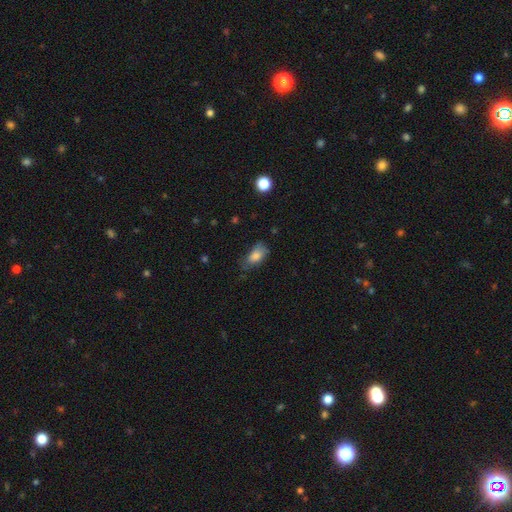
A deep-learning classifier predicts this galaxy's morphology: smooth_or_featured: smooth (p=0.79) [alt: featured or disk p=0.13]
how_rounded: in between (p=0.89) [alt: round p=0.07]
merging: none (p=0.51) [alt: minor disturbance p=0.34]